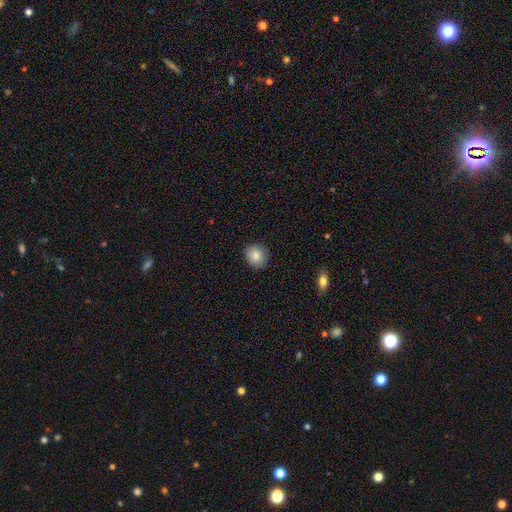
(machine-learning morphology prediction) The model was most divided on "how rounded": round: 85%, in between: 14%, cigar-shaped: 1%. More confident: merging — none (89%); smooth or featured — smooth (85%).